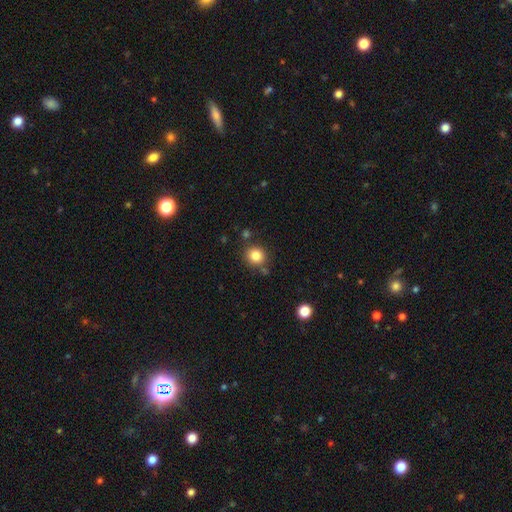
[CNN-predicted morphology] A smooth galaxy with no disk features (84%) that is round (87%).

Vote fractions:
- Smooth or featured? smooth: 84% / star or artifact: 11% / featured or disk: 6%
- How rounded? round: 87% / in between: 12% / cigar-shaped: 1%
- Merging? none: 79% / minor disturbance: 10% / merger: 7% / major disturbance: 3%